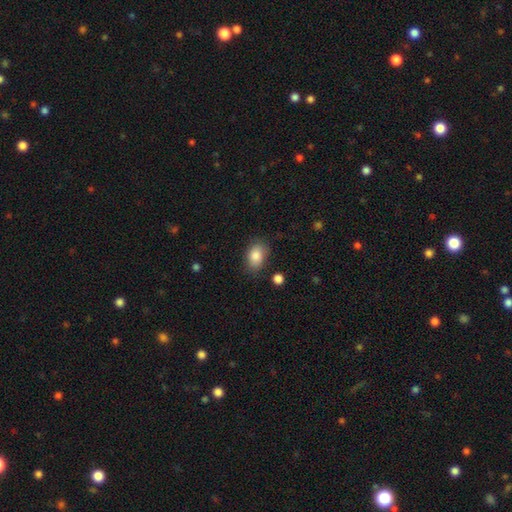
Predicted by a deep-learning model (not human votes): Smooth or featured? smooth (85%)
How rounded? in between (80%)
Merging? none (76%)